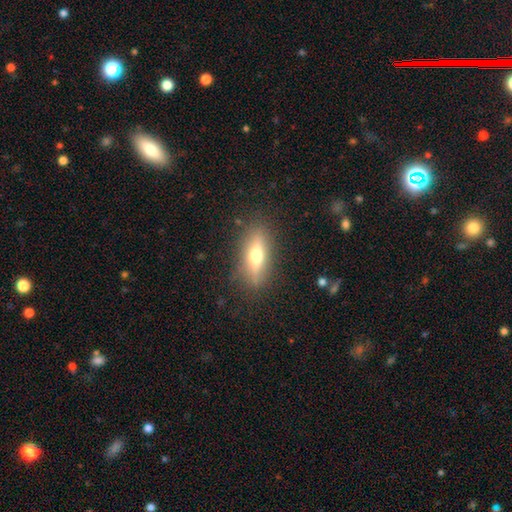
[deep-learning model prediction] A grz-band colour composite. It shows a smooth galaxy with no disk features (55%) that is in between round and cigar-shaped (58%). Merging: none (84%).